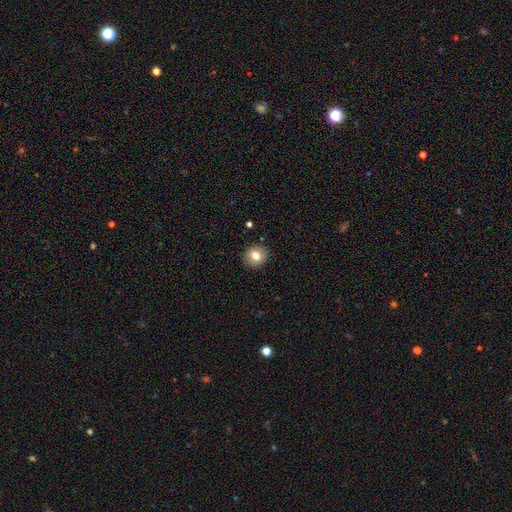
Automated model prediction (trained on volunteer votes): Smooth or featured?
  - smooth: 79% *
  - featured or disk: 11%
  - star or artifact: 10%
How rounded?
  - round: 83% *
  - in between: 16%
  - cigar-shaped: 1%
Merging?
  - none: 91% *
  - minor disturbance: 6%
  - major disturbance: 2%
  - merger: 1%